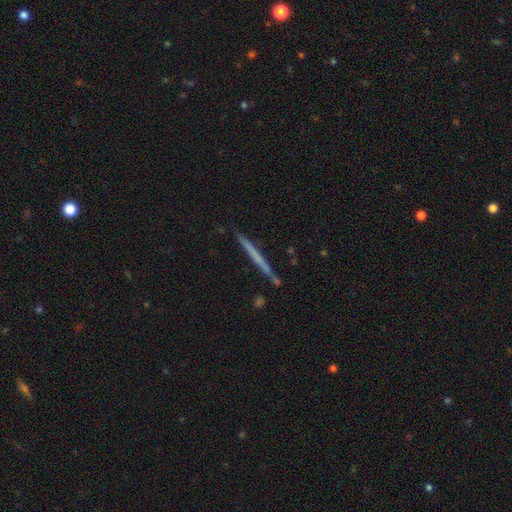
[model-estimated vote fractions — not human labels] featured or disk 48%, smooth 46%, star or artifact 6%. Down the decision tree: merging — none (86%).